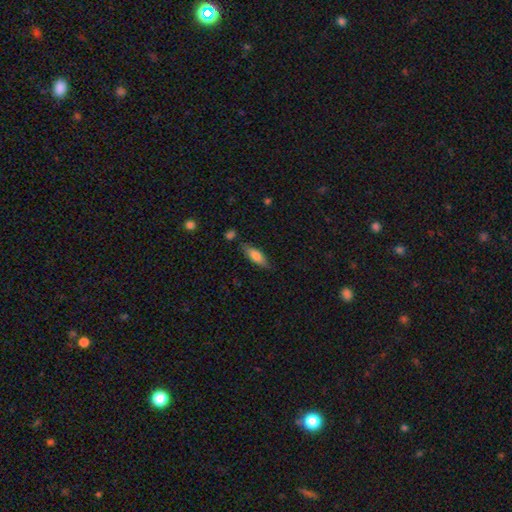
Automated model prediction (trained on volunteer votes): A smooth galaxy with no disk features (75%) that is in between round and cigar-shaped (58%). Merging: none (76%).